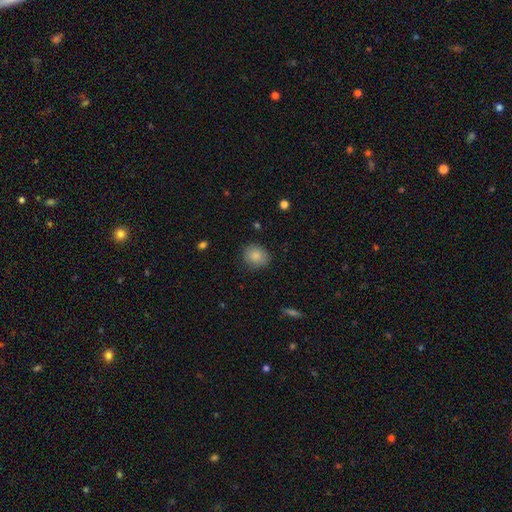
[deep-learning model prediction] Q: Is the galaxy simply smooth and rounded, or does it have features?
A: smooth — 85%.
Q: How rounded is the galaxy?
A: round — 74%.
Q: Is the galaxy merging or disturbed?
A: none — 81%.